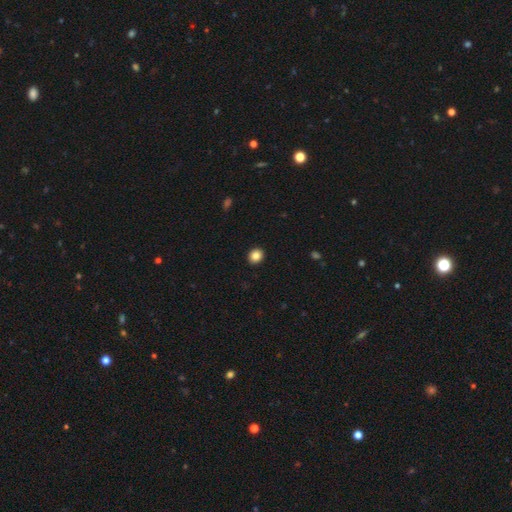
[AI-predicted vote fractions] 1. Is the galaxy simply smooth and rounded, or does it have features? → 85% smooth, 10% star or artifact, 5% featured or disk.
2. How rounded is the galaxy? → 68% round, 31% in between, 1% cigar-shaped.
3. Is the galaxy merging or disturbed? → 92% none, 5% minor disturbance, 2% major disturbance, 1% merger.